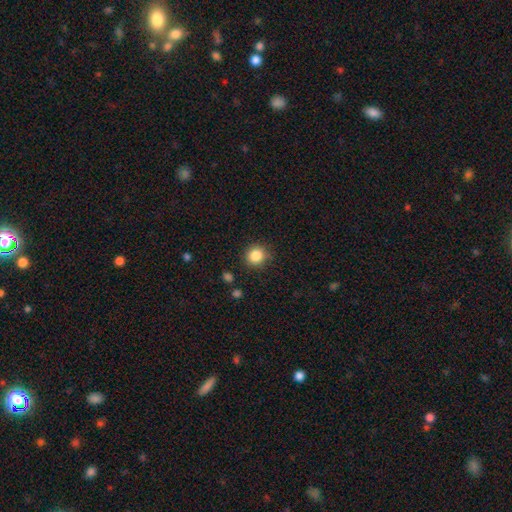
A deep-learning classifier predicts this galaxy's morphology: A smooth galaxy with no disk features (85%) that is round (90%). Merging: none (86%).